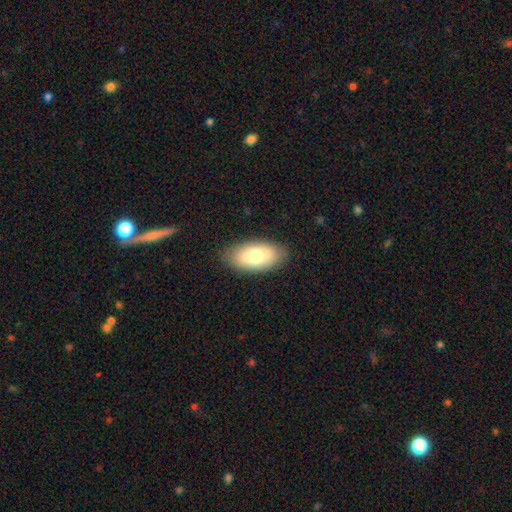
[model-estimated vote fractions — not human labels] A smooth galaxy with no disk features (74%) that is in between round and cigar-shaped (93%). Merging: none (85%).